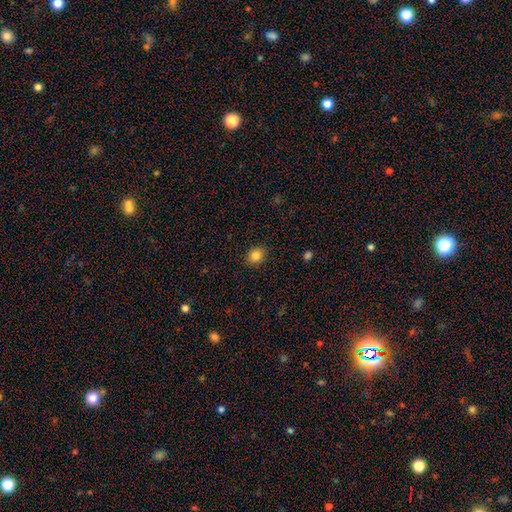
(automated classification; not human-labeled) The model was most divided on "how rounded": round: 67%, in between: 32%, cigar-shaped: 1%. More confident: merging — none (89%); smooth or featured — smooth (84%).